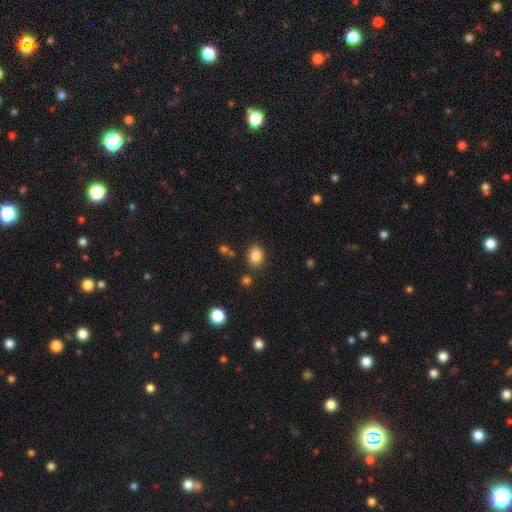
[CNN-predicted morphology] This appears to be a smooth galaxy with no disk features (84%) that is in between round and cigar-shaped (55%). Merging: none (82%).